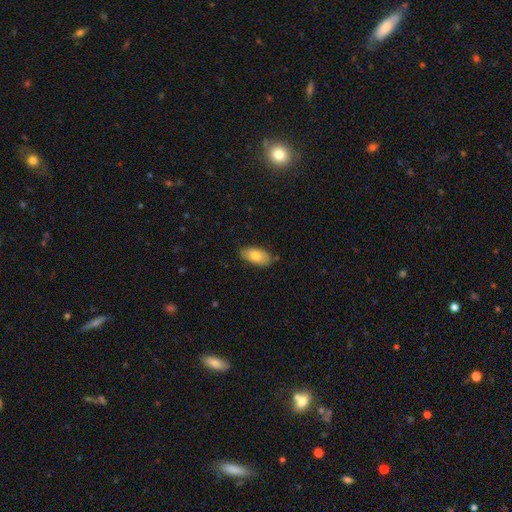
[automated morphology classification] Smooth or featured? Predicted: smooth (p=0.75). How rounded? Predicted: in between (p=0.93). Merging? Predicted: none (p=0.82).